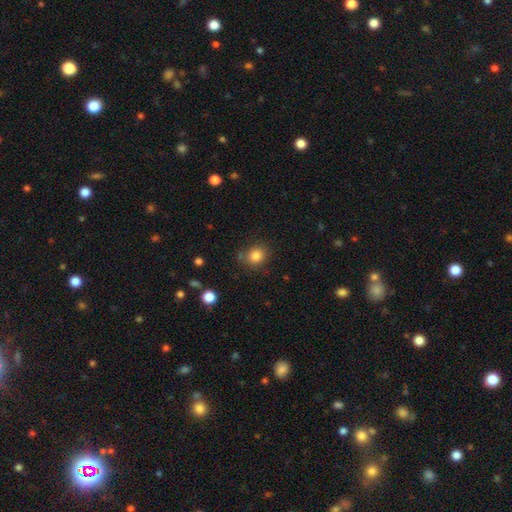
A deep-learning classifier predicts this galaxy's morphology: Smooth or featured? Predicted: smooth (p=0.83). How rounded? Predicted: round (p=0.75). Merging? Predicted: none (p=0.77).